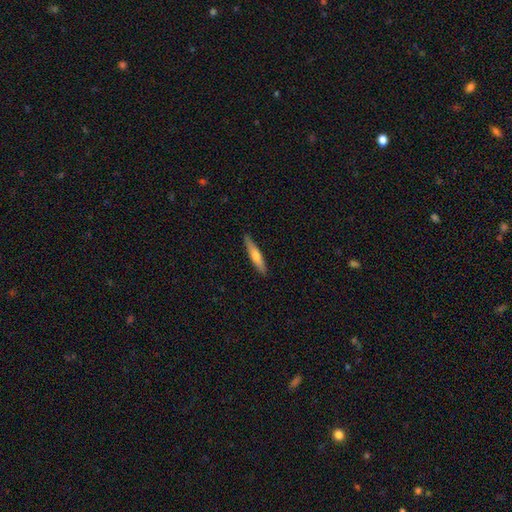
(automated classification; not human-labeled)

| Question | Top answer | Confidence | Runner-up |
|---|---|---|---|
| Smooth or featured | smooth | 58% | featured or disk (36%) |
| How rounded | cigar-shaped | 89% | in between (10%) |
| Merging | none | 89% | minor disturbance (8%) |